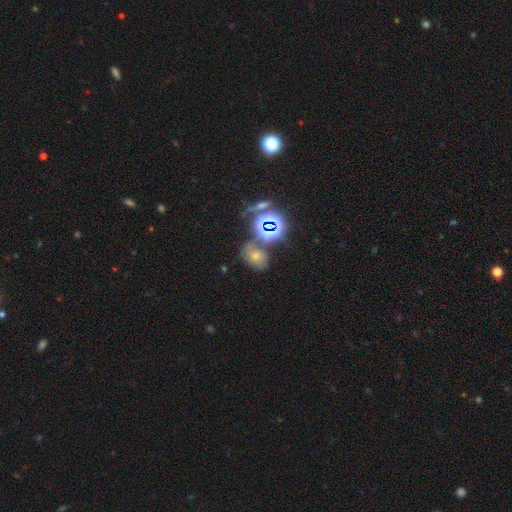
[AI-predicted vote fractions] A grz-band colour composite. It shows a smooth galaxy with no disk features (44%). Merging: none (55%).